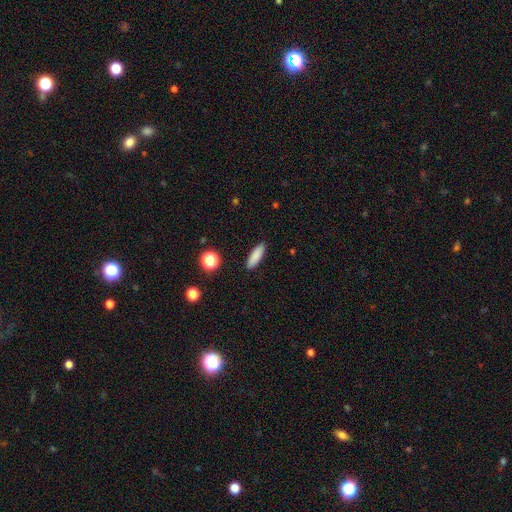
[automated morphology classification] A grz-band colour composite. It shows a smooth galaxy with no disk features (85%) that is cigar-shaped (55%). Merging: none (89%).